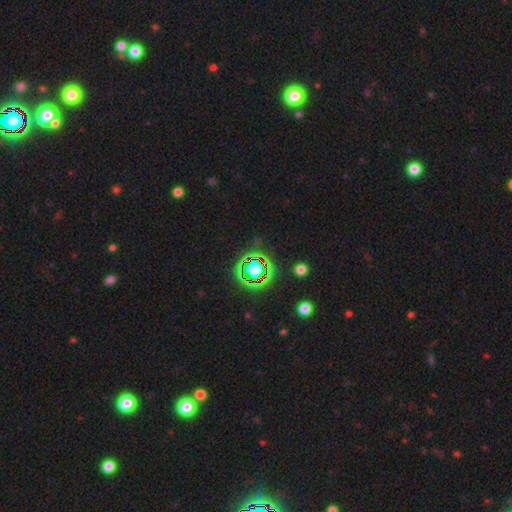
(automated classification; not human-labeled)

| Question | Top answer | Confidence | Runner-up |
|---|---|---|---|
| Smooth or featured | star or artifact | 78% | smooth (14%) |